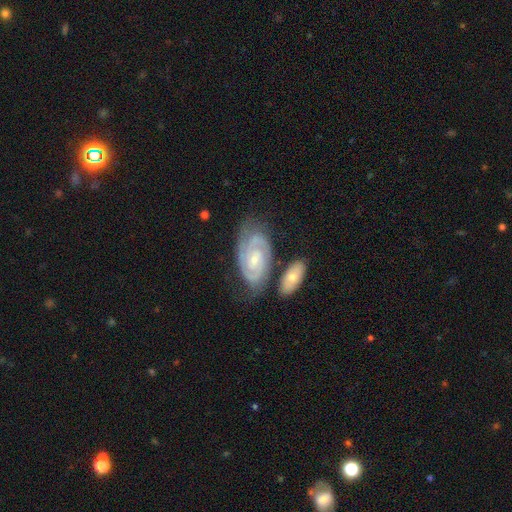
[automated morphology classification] smooth_or_featured: featured or disk (p=0.82) [alt: smooth p=0.11]
disk_edge_on: no (p=0.95) [alt: yes p=0.05]
bar: no (p=0.64) [alt: weak p=0.29]
has_spiral_arms: yes (p=0.95) [alt: no p=0.05]
spiral_winding: tight (p=0.68) [alt: medium p=0.27]
spiral_arm_count: 2 (p=0.69) [alt: can't tell p=0.17]
bulge_size: small (p=0.50) [alt: moderate p=0.44]
merging: none (p=0.61) [alt: merger p=0.17]